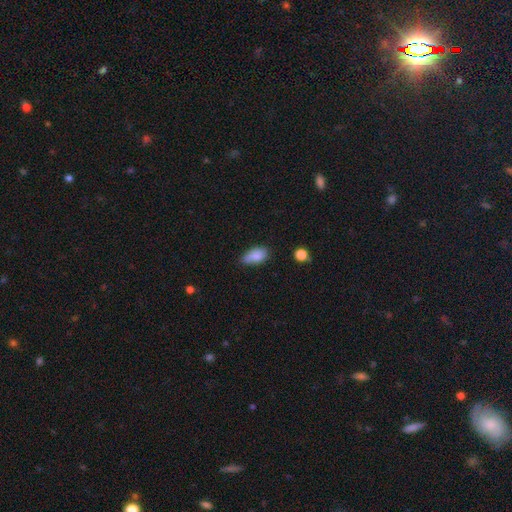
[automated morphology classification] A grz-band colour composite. It shows a smooth galaxy with no disk features (82%) that is in between round and cigar-shaped (90%). Merging: none (53%).